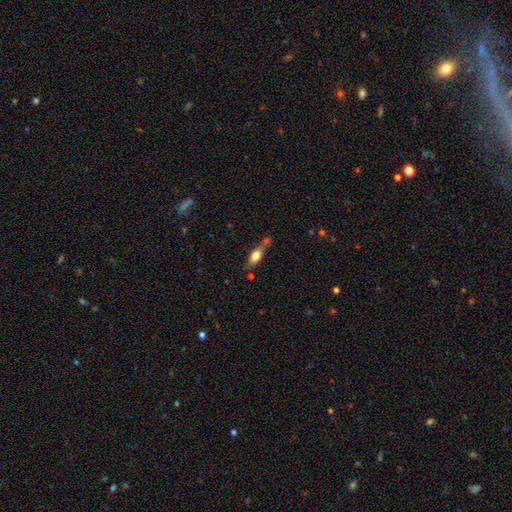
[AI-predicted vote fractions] smooth 64%, featured or disk 28%, star or artifact 8%. Down the decision tree: how rounded — in between (67%); merging — none (54%).